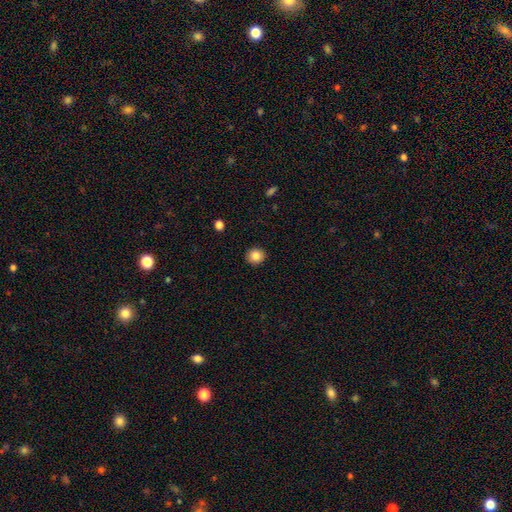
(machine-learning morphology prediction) This is clearly a smooth galaxy (84%). How rounded: clearly round (86%). Merging: clearly none (92%).